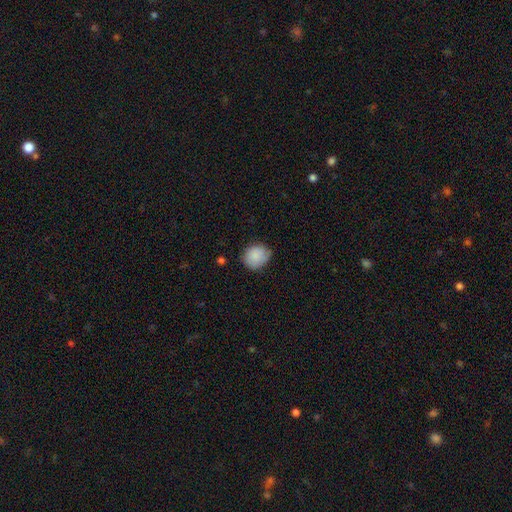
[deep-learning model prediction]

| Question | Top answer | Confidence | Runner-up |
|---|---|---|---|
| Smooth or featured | smooth | 87% | star or artifact (7%) |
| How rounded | round | 72% | in between (27%) |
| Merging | none | 67% | minor disturbance (27%) |